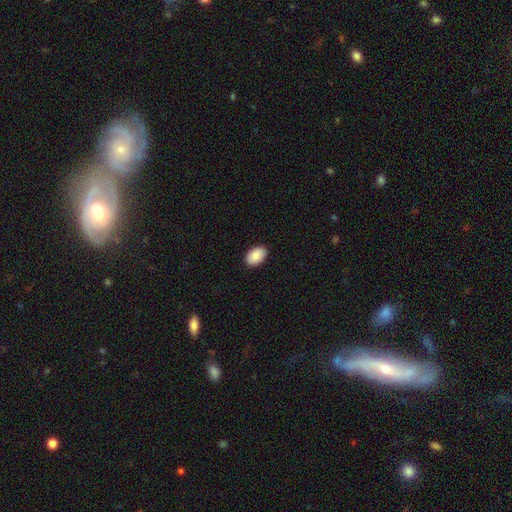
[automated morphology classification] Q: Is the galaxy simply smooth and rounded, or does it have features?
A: smooth — 86%.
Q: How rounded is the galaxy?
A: in between — 90%.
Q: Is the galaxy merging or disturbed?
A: none — 90%.